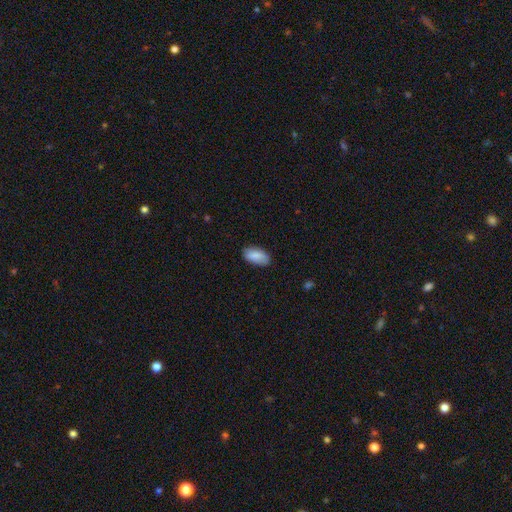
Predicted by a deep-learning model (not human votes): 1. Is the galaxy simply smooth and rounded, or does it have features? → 83% smooth, 11% featured or disk, 6% star or artifact.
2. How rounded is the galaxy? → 94% in between, 3% cigar-shaped, 3% round.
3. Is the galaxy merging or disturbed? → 83% none, 14% minor disturbance, 2% major disturbance, 1% merger.